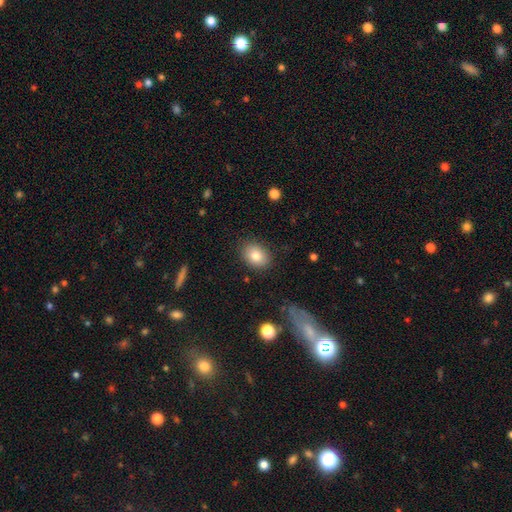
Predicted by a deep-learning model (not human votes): Overall: smooth (82%). How rounded: in between (69%; round 30%). Merging: none (85%).